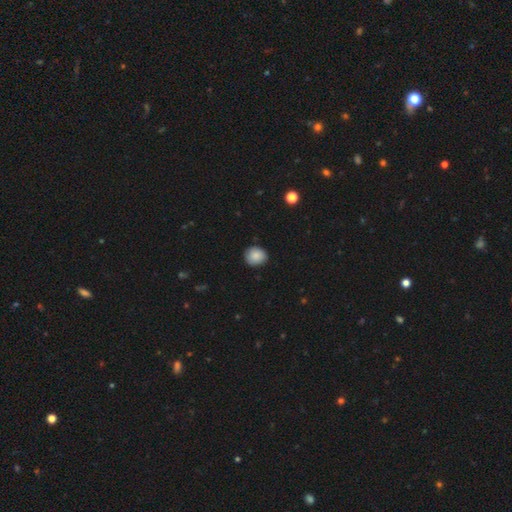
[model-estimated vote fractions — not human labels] This is clearly a smooth galaxy (87%). How rounded: likely round (79%). Merging: clearly none (86%).